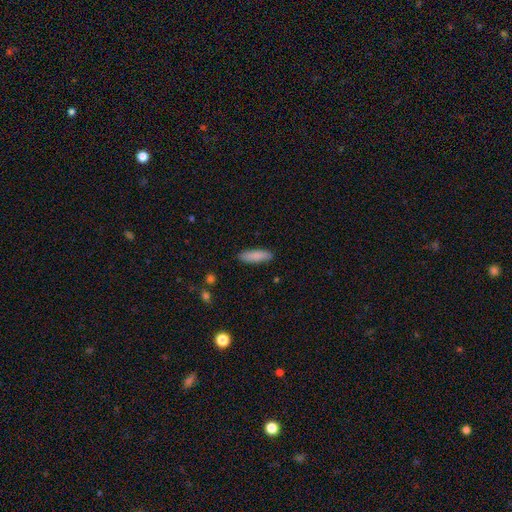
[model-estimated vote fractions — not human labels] A smooth galaxy with no disk features (87%) that is cigar-shaped (52%).

Vote fractions:
- Smooth or featured? smooth: 87% / featured or disk: 7% / star or artifact: 6%
- How rounded? cigar-shaped: 52% / in between: 46% / round: 2%
- Merging? none: 88% / minor disturbance: 9% / major disturbance: 2% / merger: 1%